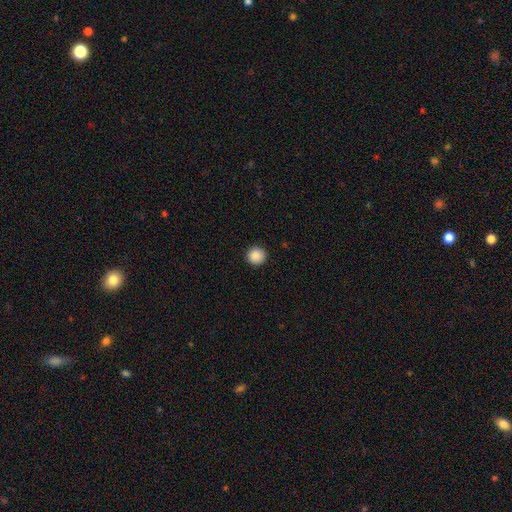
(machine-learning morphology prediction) smooth 89%, star or artifact 9%, featured or disk 2%. Down the decision tree: how rounded — round (95%); merging — none (92%).